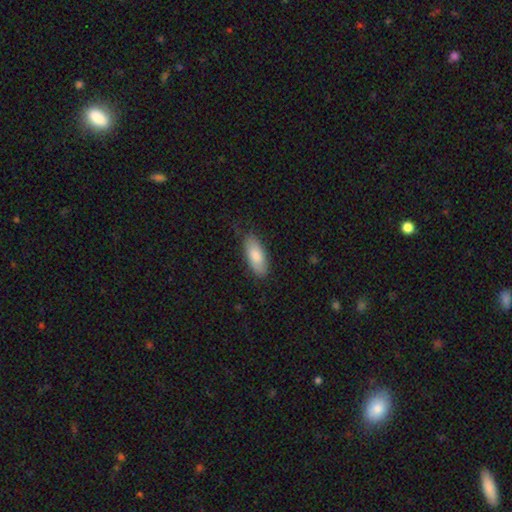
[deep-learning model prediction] A smooth galaxy with no disk features (81%) that is in between round and cigar-shaped (80%). Merging: none (78%).